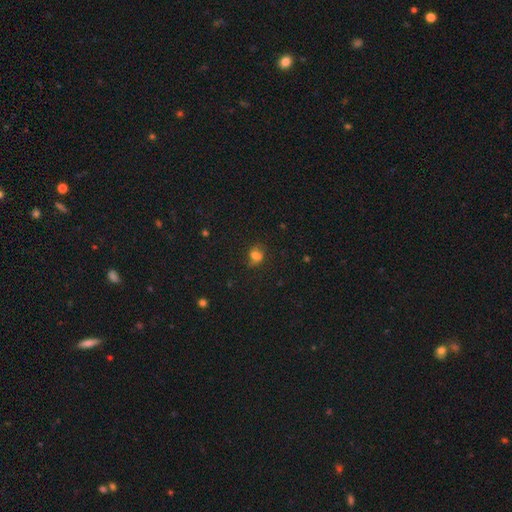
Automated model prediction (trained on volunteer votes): This appears to be a smooth galaxy with no disk features (69%) that is in between round and cigar-shaped (51%). Merging: none (56%).